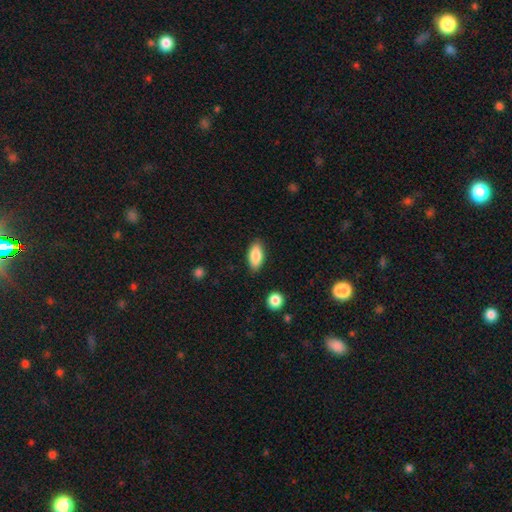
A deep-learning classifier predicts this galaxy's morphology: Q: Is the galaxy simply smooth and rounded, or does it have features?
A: smooth — 85%.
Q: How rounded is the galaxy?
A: in between — 87%.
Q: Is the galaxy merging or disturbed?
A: none — 84%.